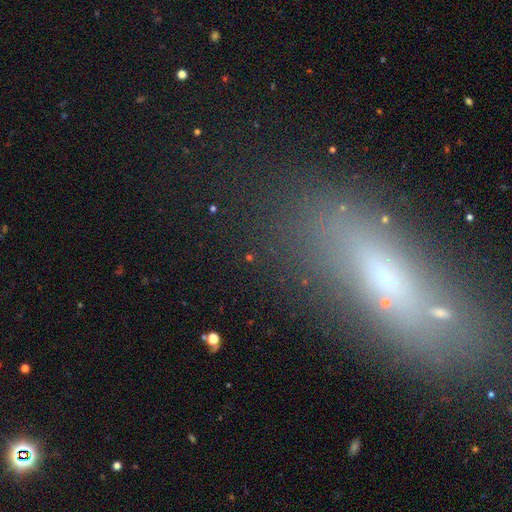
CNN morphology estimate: Smooth or featured: smooth — 50% (featured or disk — 26%)
Merging: none — 68% (minor disturbance — 16%)